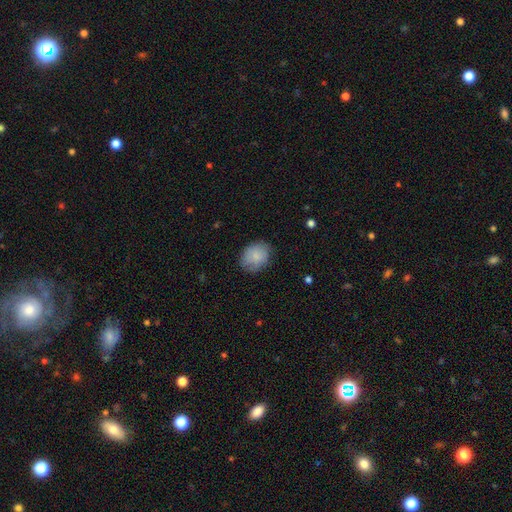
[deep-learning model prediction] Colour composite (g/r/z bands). It shows a smooth galaxy with no disk features (82%) that is in between round and cigar-shaped (56%). Merging: none (75%).